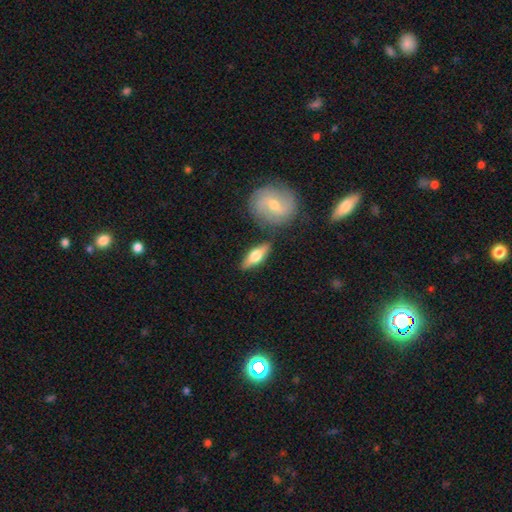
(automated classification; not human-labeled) Smooth or featured?
  - featured or disk: 50% *
  - smooth: 45%
  - star or artifact: 5%
Edge-on disk?
  - yes: 85% *
  - no: 15%
Merging?
  - none: 79% *
  - minor disturbance: 11%
  - merger: 6%
  - major disturbance: 3%